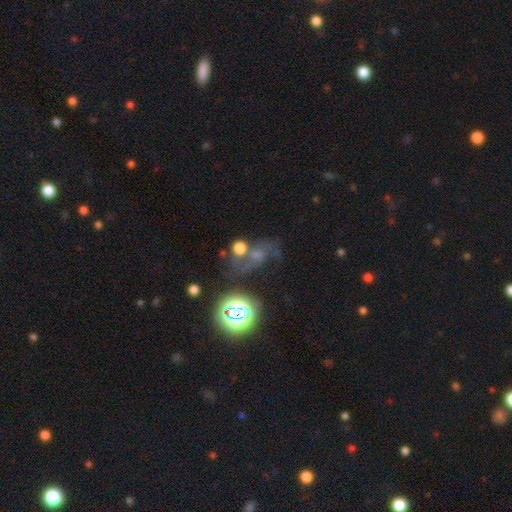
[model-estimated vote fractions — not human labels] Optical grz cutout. It shows a star or artifact, not a galaxy (38%).